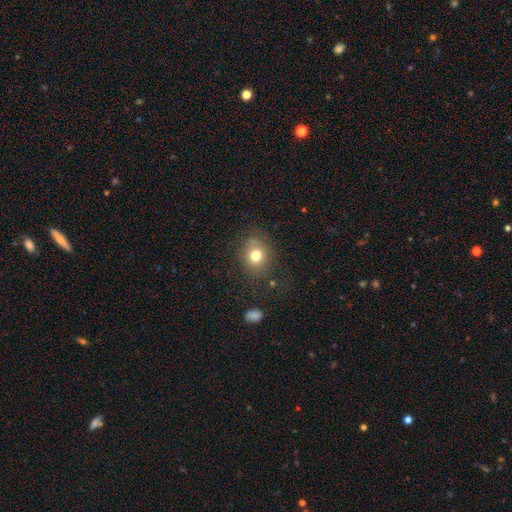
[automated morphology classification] smooth_or_featured: smooth (p=0.76) [alt: star or artifact p=0.13]
how_rounded: round (p=0.69) [alt: in between p=0.30]
merging: none (p=0.77) [alt: minor disturbance p=0.14]